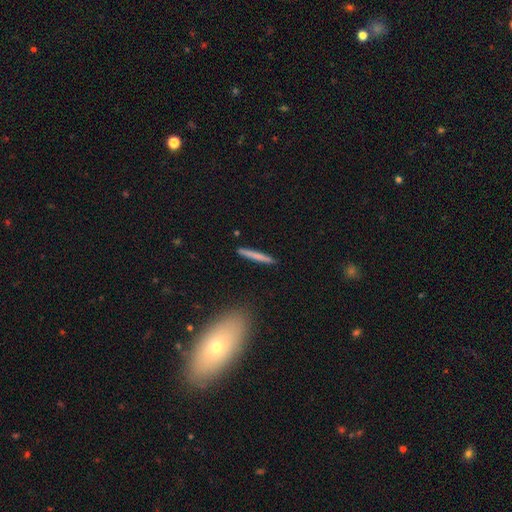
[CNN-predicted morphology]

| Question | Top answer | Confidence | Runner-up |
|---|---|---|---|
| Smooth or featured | smooth | 68% | featured or disk (26%) |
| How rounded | cigar-shaped | 95% | in between (3%) |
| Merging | none | 90% | minor disturbance (7%) |